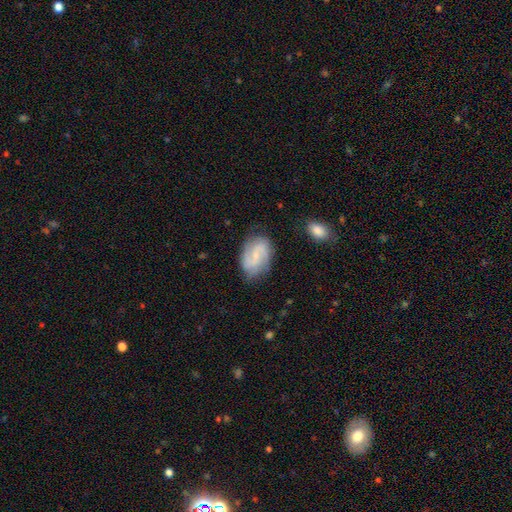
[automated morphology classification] smooth-or-featured: featured or disk: 76% | smooth: 18% | star or artifact: 6%
  disk-edge-on: no: 97% | yes: 3%
    bar: weak: 52% | no: 34% | strong: 14%
    has-spiral-arms: yes: 95% | no: 5%
      spiral-winding: medium: 46% | loose: 31% | tight: 22%
      spiral-arm-count: 2: 84% | can't tell: 7% | 3: 4% | 1: 2% | 4: 1% | more than 4: 1%
    bulge-size: small: 65% | moderate: 17% | none: 16% | large: 1% | dominant: 1%
  merging: none: 77% | minor disturbance: 17% | major disturbance: 5% | merger: 2%